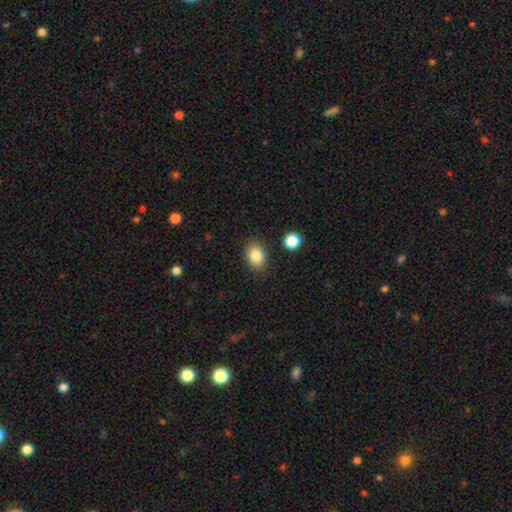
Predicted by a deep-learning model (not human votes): This is clearly a smooth galaxy (84%). How rounded: likely in between (73%). Merging: clearly none (85%).